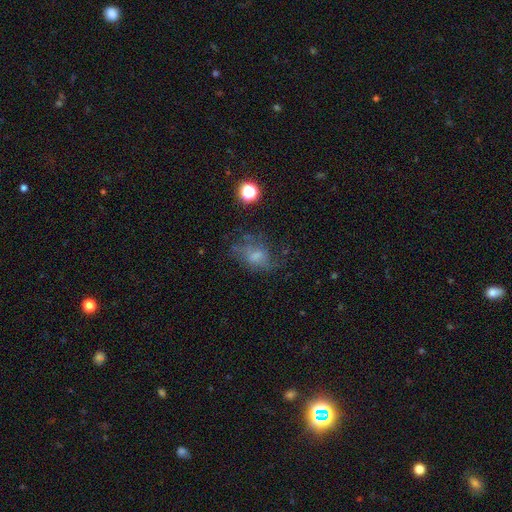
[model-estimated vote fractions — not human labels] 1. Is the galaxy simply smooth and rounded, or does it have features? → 43% featured or disk, 39% smooth, 18% star or artifact.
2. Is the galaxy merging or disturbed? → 43% none, 30% major disturbance, 23% minor disturbance, 3% merger.